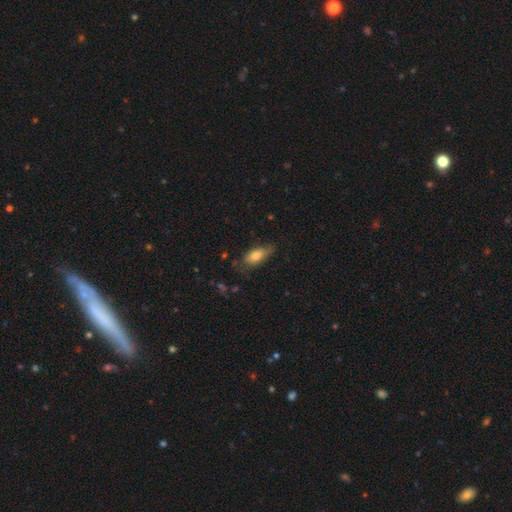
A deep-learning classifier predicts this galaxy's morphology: smooth 78%, featured or disk 15%, star or artifact 7%. Down the decision tree: how rounded — in between (78%); merging — none (63%).